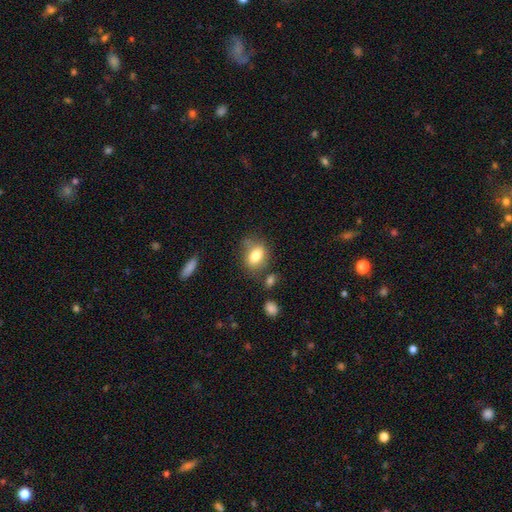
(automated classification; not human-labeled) Morphology: type=smooth (77%); roundness=in between (75%); merging=none (64%).